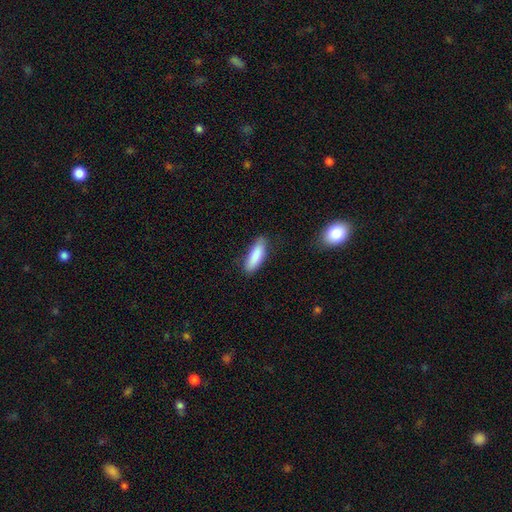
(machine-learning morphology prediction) smooth-or-featured: smooth: 86% | featured or disk: 7% | star or artifact: 6%
  how-rounded: in between: 61% | cigar-shaped: 38% | round: 2%
  merging: none: 80% | minor disturbance: 16% | major disturbance: 3% | merger: 1%